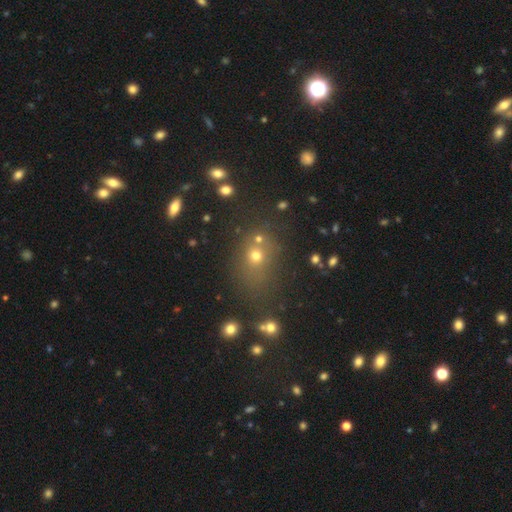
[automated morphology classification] smooth_or_featured: smooth (p=0.60) [alt: star or artifact p=0.27]
how_rounded: round (p=0.64) [alt: in between p=0.35]
merging: none (p=0.65) [alt: merger p=0.16]